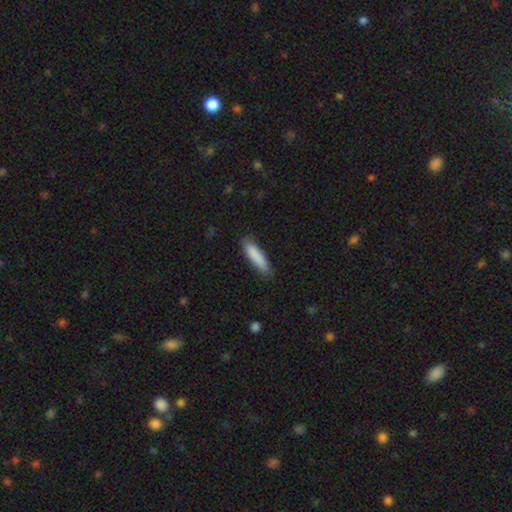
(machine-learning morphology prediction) Smooth or featured: smooth — 87% (featured or disk — 7%)
How rounded: cigar-shaped — 71% (in between — 28%)
Merging: none — 82% (minor disturbance — 14%)